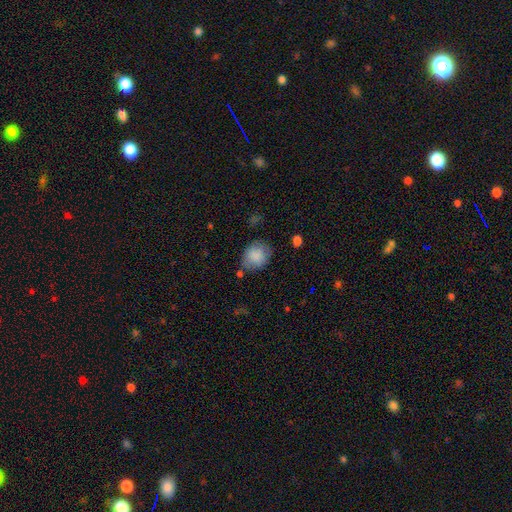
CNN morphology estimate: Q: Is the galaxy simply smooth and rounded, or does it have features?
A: smooth — 85%.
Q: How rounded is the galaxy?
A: round — 59%.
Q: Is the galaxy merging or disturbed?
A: none — 69%.